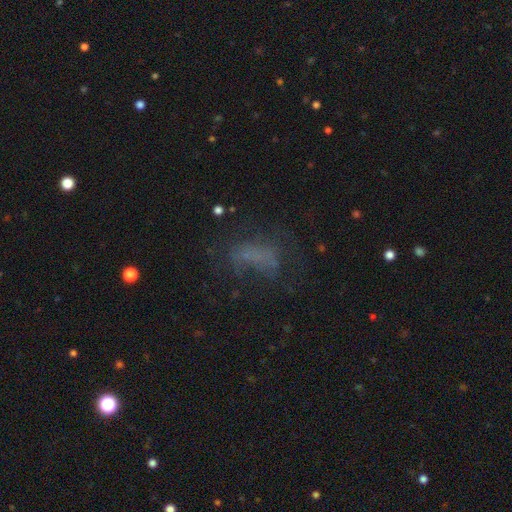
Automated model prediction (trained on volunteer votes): Smooth or featured? Predicted: smooth (p=0.45). Merging? Predicted: none (p=0.44).